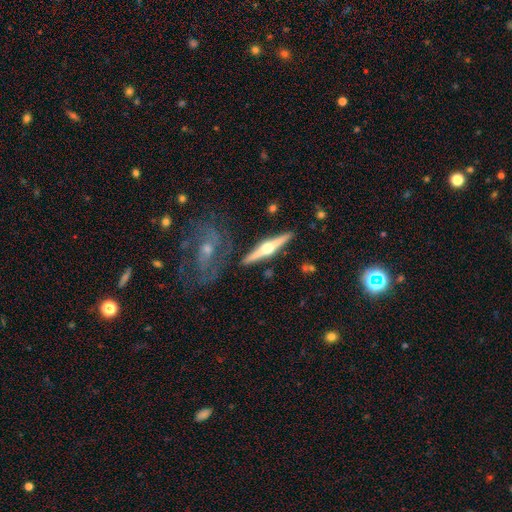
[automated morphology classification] Q: Smooth or featured?
A: featured or disk (75%); runner-up: smooth (17%)
Q: Edge-on disk?
A: yes (86%); runner-up: no (14%)
Q: Edge-on bulge?
A: rounded (92%); runner-up: none (5%)
Q: Merging?
A: none (74%); runner-up: minor disturbance (12%)